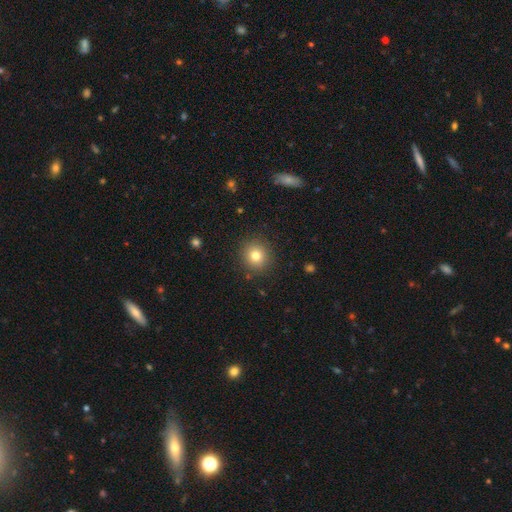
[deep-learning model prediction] Overall: smooth (79%). How rounded: round (91%). Merging: none (89%).